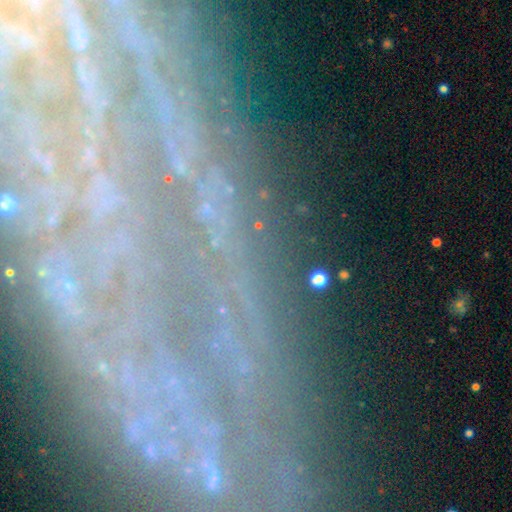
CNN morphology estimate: Smooth or featured? featured or disk (44%)
Merging? none (75%)